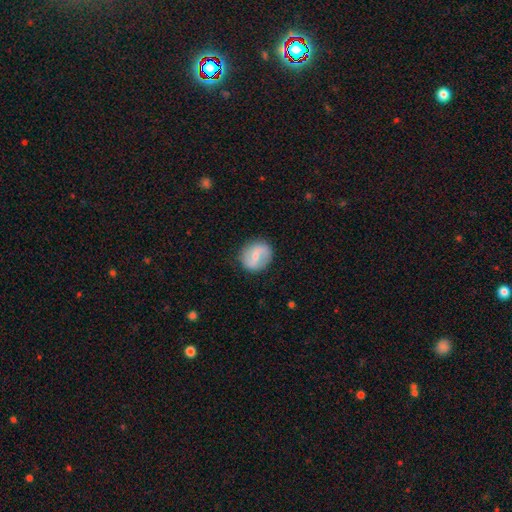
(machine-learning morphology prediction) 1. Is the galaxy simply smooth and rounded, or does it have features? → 49% featured or disk, 44% smooth, 7% star or artifact.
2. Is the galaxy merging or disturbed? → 82% none, 13% minor disturbance, 4% major disturbance, 1% merger.